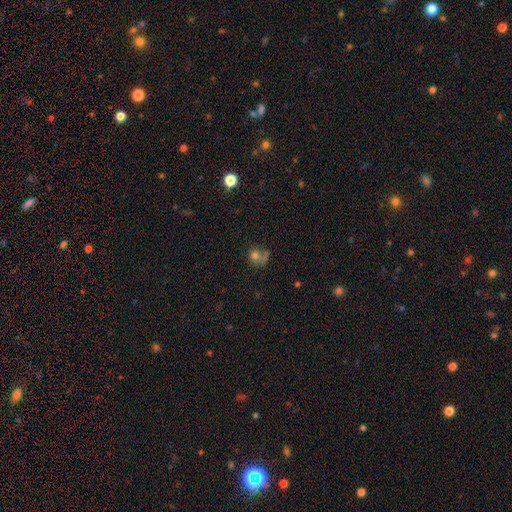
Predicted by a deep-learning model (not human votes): This appears to be a smooth galaxy with no disk features (66%) that is round (72%). Merging: none (39%).